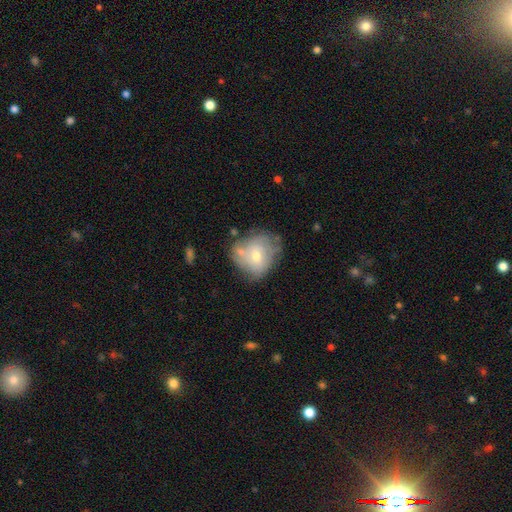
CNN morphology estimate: A featured or disk galaxy (47%). Merging: none (49%).